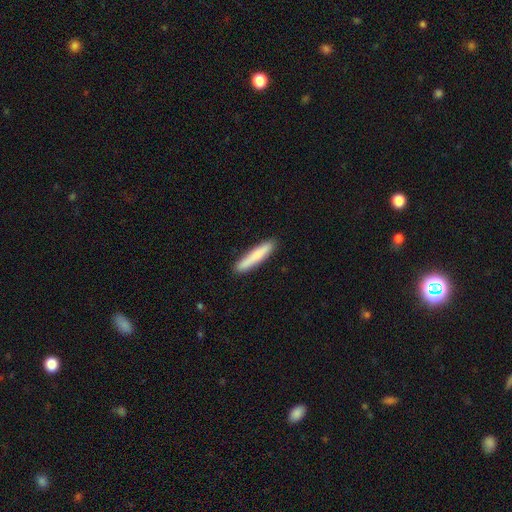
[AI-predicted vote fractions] smooth-or-featured: smooth: 79% | featured or disk: 16% | star or artifact: 5%
  how-rounded: cigar-shaped: 91% | in between: 7% | round: 1%
  merging: none: 89% | minor disturbance: 8% | major disturbance: 1% | merger: 1%